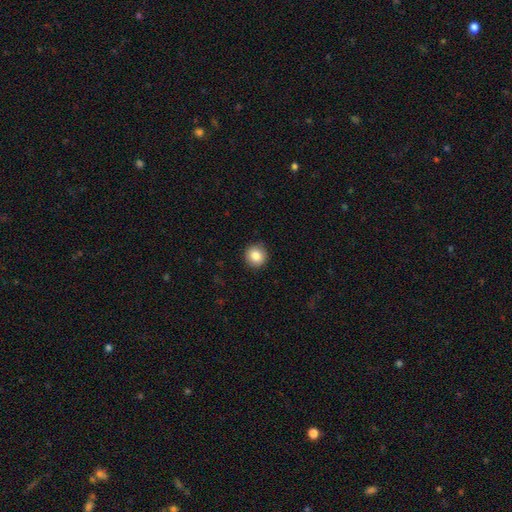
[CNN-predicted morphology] Smooth or featured? smooth (85%)
How rounded? round (92%)
Merging? none (90%)